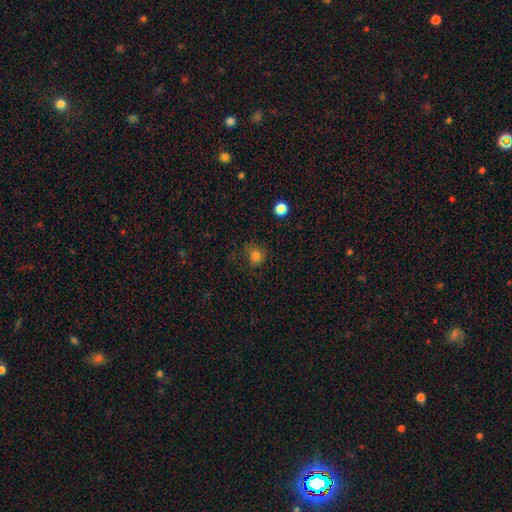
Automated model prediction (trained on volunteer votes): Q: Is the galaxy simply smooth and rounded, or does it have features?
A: smooth — 79%.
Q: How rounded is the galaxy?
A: round — 79%.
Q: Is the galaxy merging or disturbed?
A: none — 71%.